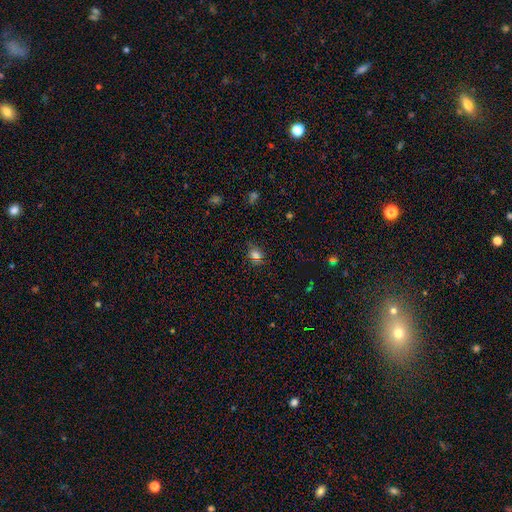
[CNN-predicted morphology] smooth 59%, star or artifact 34%, featured or disk 8%. Down the decision tree: how rounded — round (57%); merging — none (78%).